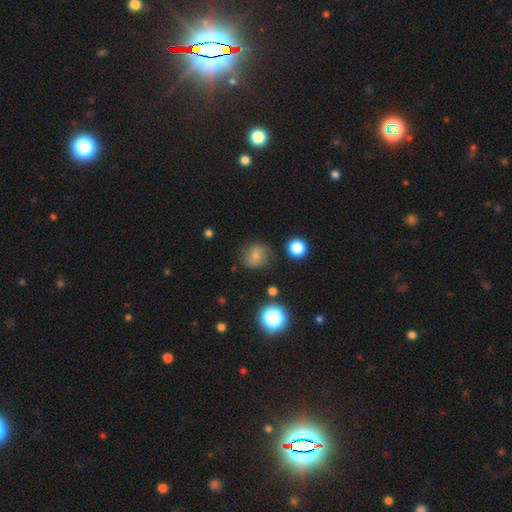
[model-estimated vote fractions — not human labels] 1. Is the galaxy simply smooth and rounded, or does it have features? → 65% smooth, 20% featured or disk, 15% star or artifact.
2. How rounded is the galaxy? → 86% round, 13% in between, 1% cigar-shaped.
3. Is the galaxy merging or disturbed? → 78% none, 15% minor disturbance, 5% major disturbance, 2% merger.